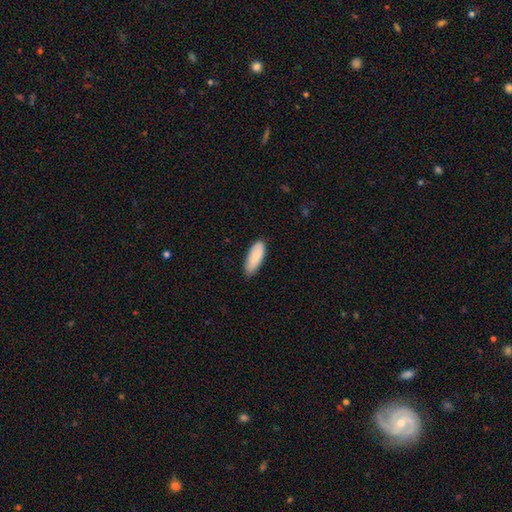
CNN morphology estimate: type=smooth (87%); roundness=in between (72%); merging=none (80%).